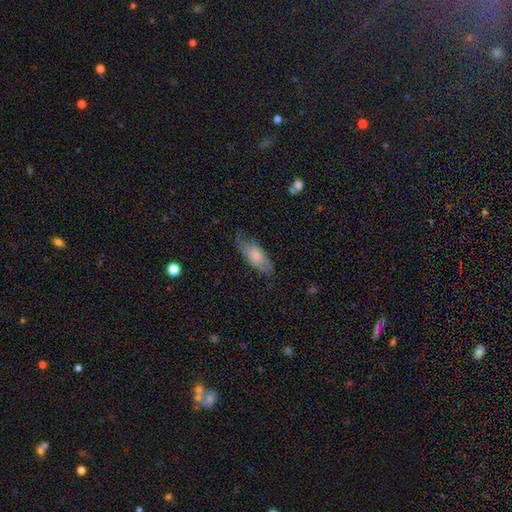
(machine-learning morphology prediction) This appears to be a smooth galaxy with no disk features (56%) that is in between round and cigar-shaped (82%). Merging: none (59%).